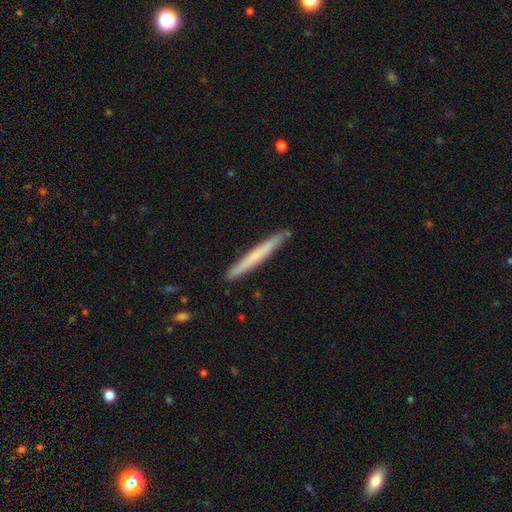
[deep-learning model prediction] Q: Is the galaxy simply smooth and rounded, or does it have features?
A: smooth — 55%.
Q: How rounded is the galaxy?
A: cigar-shaped — 97%.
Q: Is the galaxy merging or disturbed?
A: none — 90%.